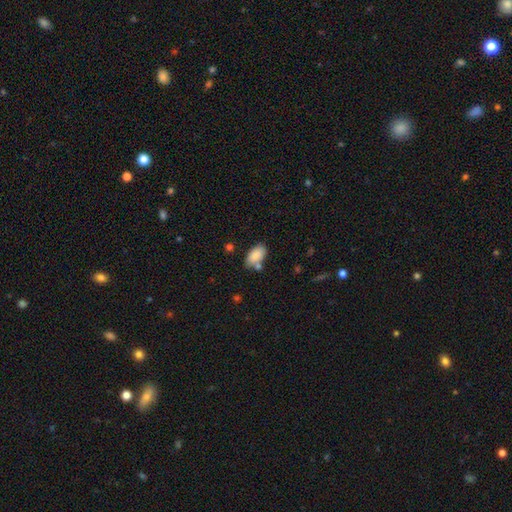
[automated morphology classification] Overall: smooth (87%). How rounded: in between (93%). Merging: none (66%).